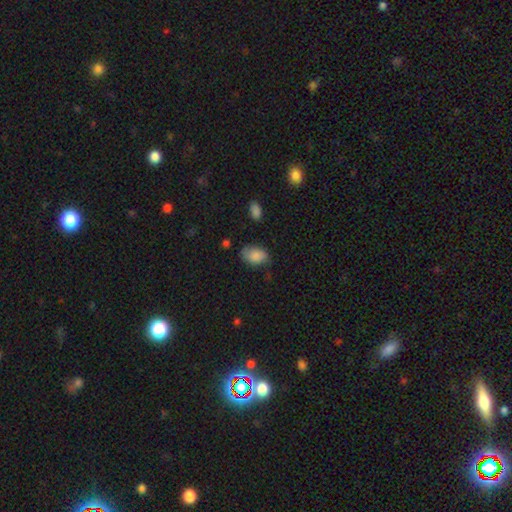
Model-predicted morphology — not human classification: Smooth or featured? smooth (85%)
How rounded? in between (88%)
Merging? none (62%)